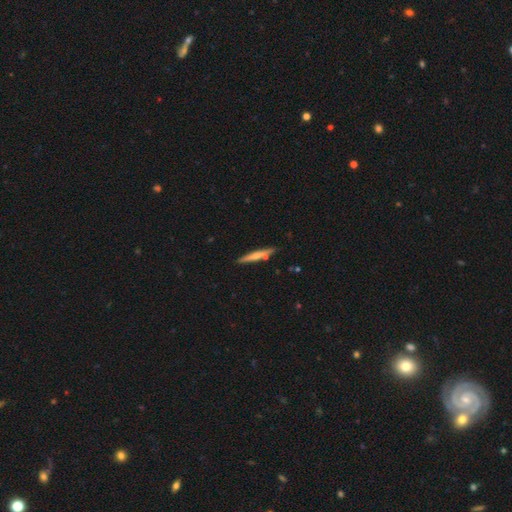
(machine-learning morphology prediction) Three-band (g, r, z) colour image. It shows a smooth galaxy with no disk features (49%). Merging: none (82%).